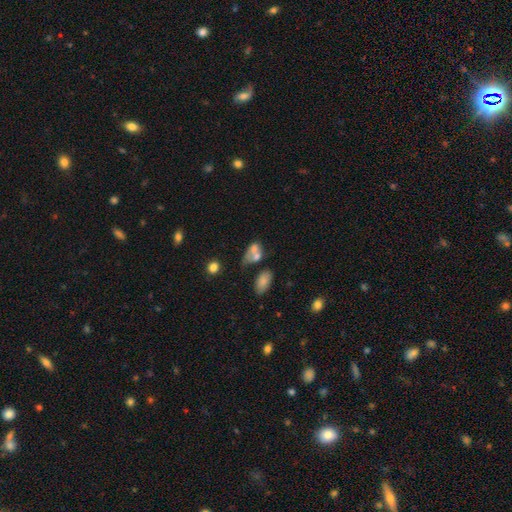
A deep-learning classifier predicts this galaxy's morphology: smooth_or_featured: smooth (p=0.63) [alt: featured or disk p=0.25]
how_rounded: in between (p=0.77) [alt: round p=0.21]
merging: merger (p=0.55) [alt: none p=0.21]